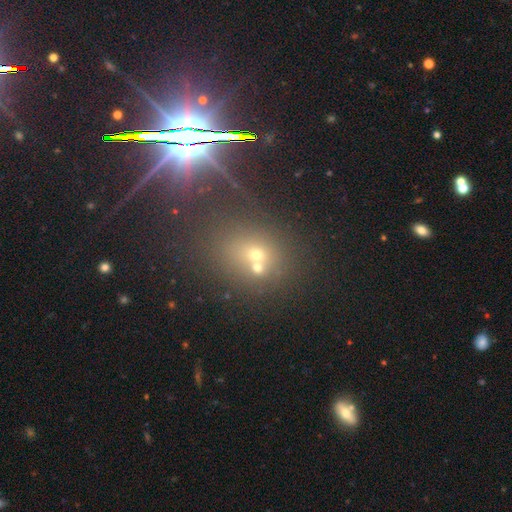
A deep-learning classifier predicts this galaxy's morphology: Overall: smooth (51%; star or artifact 31%). How rounded: round (67%; in between 32%). Merging: none (47%; merger 37%).